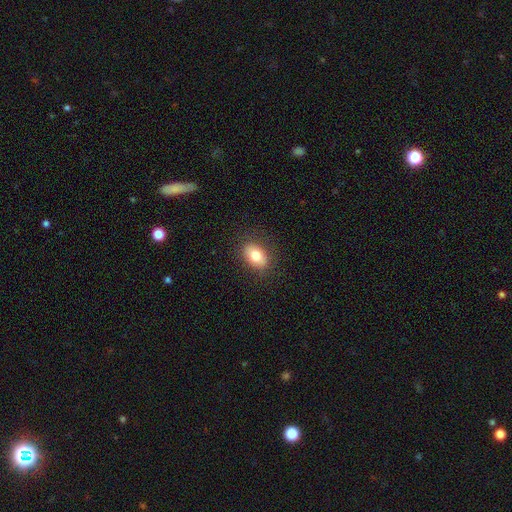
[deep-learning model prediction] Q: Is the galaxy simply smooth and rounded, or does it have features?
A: smooth — 78%.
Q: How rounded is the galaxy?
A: in between — 79%.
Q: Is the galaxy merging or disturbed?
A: none — 85%.